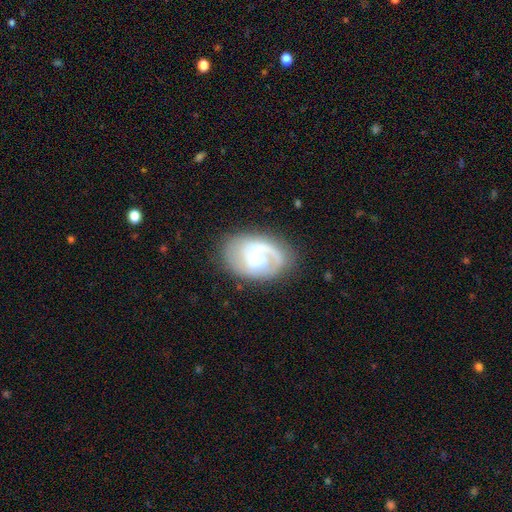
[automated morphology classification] Smooth or featured?
  - featured or disk: 71% *
  - smooth: 23%
  - star or artifact: 7%
Edge-on disk?
  - no: 97% *
  - yes: 3%
Bar?
  - weak: 49% *
  - no: 32%
  - strong: 19%
Spiral arms?
  - yes: 85% *
  - no: 15%
Spiral winding?
  - medium: 40% *
  - tight: 34%
  - loose: 26%
Spiral arm count?
  - 1: 55% *
  - 2: 30%
  - can't tell: 11%
  - 3: 2%
  - 4: 1%
  - more than 4: 1%
Bulge size?
  - moderate: 40% *
  - small: 31%
  - large: 14%
  - none: 13%
  - dominant: 2%
Merging?
  - none: 65% *
  - minor disturbance: 19%
  - major disturbance: 14%
  - merger: 2%